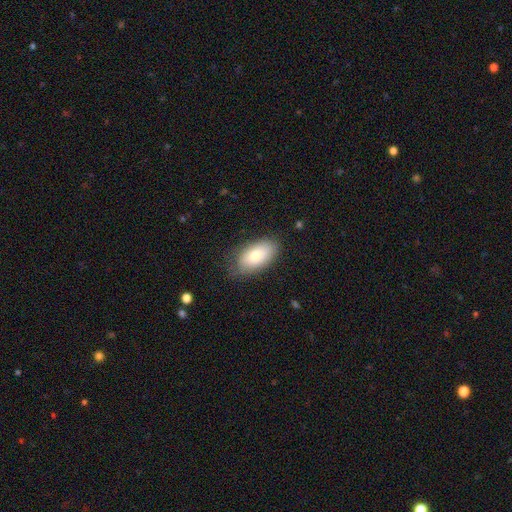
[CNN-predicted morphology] This is likely a smooth galaxy (76%). How rounded: clearly in between (93%). Merging: likely none (77%).